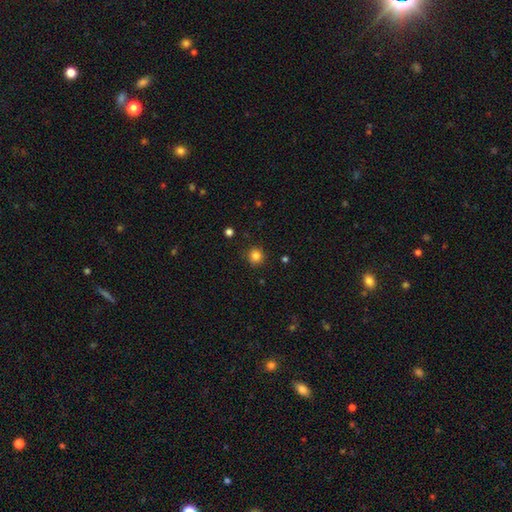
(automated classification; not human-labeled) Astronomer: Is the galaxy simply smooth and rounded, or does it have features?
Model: smooth — 84%.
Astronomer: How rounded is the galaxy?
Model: round — 92%.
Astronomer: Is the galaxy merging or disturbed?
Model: none — 88%.